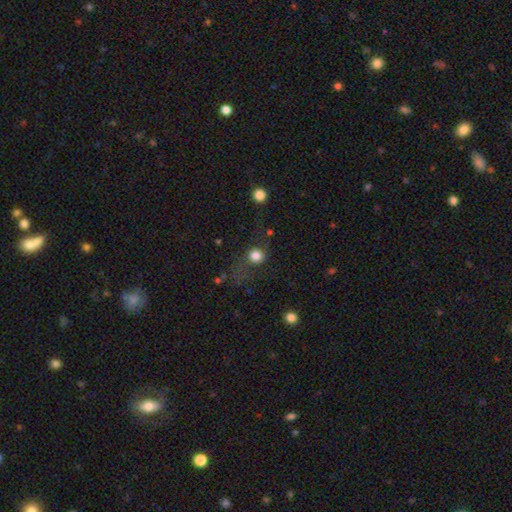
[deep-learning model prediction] A smooth galaxy with no disk features (81%) that is round (87%). Merging: none (62%).